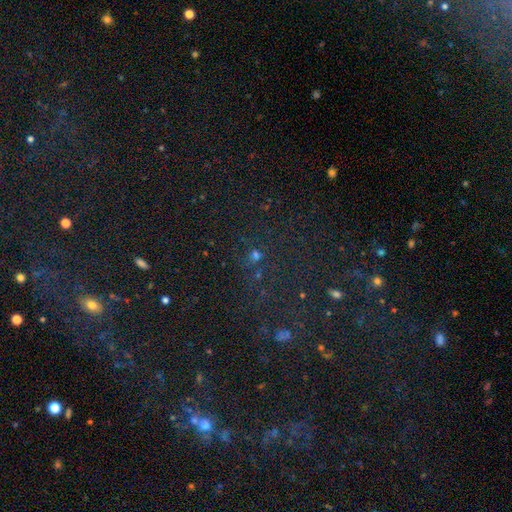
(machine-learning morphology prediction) A star or artifact, not a galaxy (52%).

Vote fractions:
- Smooth or featured? star or artifact: 52% / smooth: 38% / featured or disk: 10%